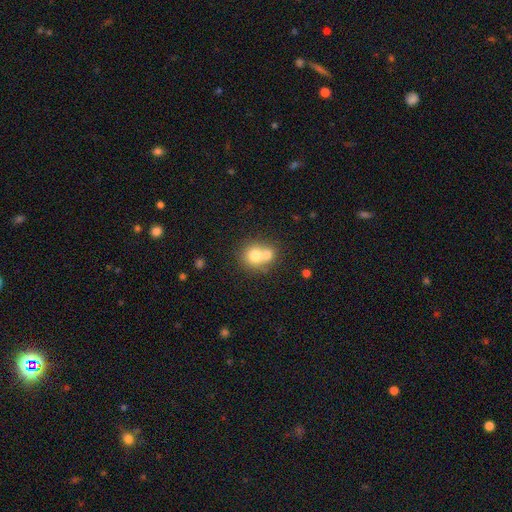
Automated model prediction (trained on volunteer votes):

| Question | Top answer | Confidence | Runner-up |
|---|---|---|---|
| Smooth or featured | smooth | 71% | featured or disk (19%) |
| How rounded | round | 81% | in between (19%) |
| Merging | merger | 58% | none (33%) |